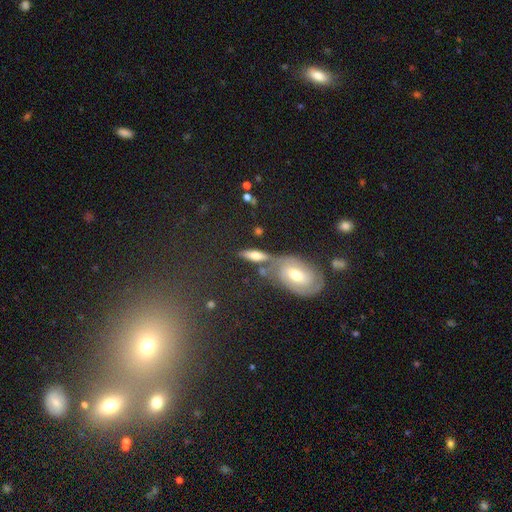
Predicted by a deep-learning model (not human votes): A smooth galaxy with no disk features (55%) that is in between round and cigar-shaped (60%).

Vote fractions:
- Smooth or featured? smooth: 55% / featured or disk: 34% / star or artifact: 11%
- How rounded? in between: 60% / cigar-shaped: 33% / round: 7%
- Merging? none: 55% / merger: 24% / minor disturbance: 14% / major disturbance: 7%